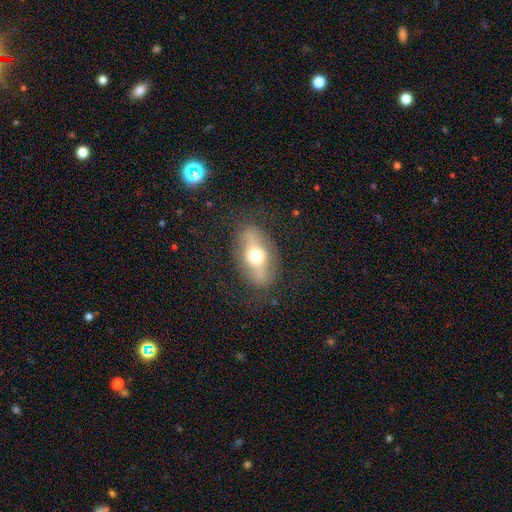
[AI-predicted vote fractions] Morphology: type=featured or disk (49%); merging=none (79%).